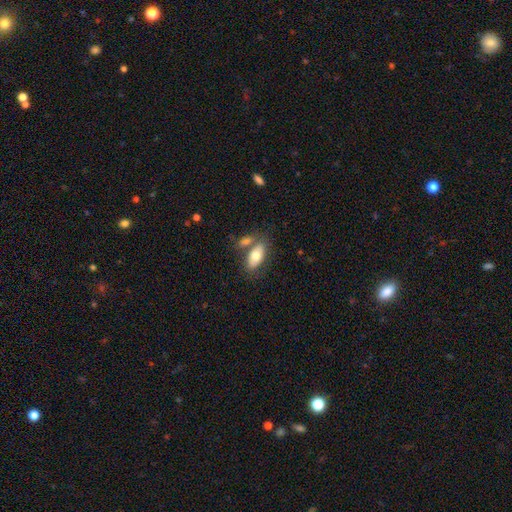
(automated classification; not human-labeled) Smooth or featured: smooth — 72% (featured or disk — 22%)
How rounded: in between — 90% (cigar-shaped — 5%)
Merging: none — 58% (merger — 24%)